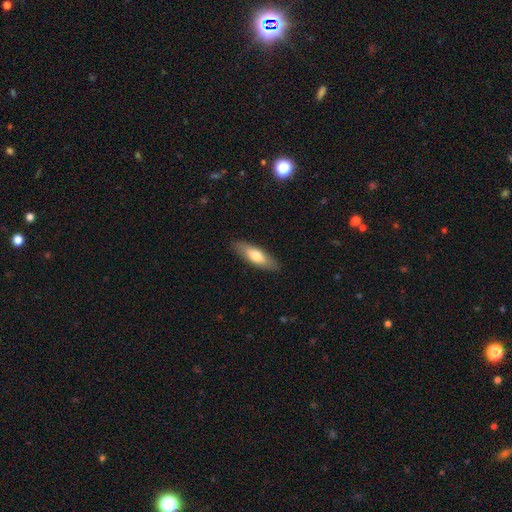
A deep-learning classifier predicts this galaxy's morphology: type=smooth (67%); roundness=in between (52%); merging=none (87%).